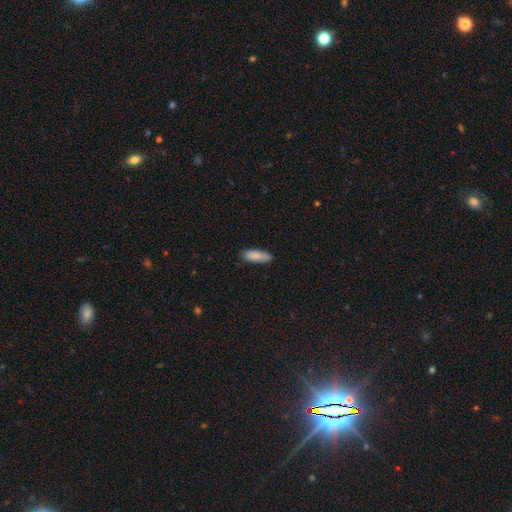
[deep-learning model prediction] Morphology: type=smooth (88%); roundness=in between (63%); merging=none (83%).